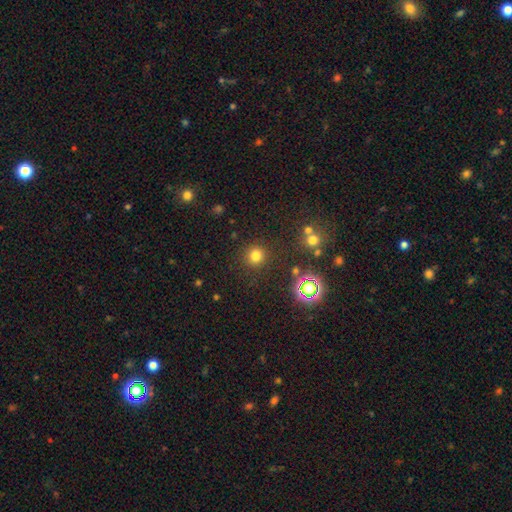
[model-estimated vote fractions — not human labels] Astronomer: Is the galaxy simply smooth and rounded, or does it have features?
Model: smooth — 76%.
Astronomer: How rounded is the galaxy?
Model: round — 94%.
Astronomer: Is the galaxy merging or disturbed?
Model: none — 89%.